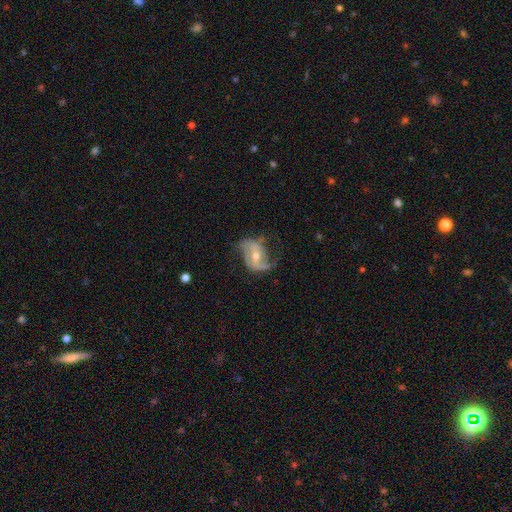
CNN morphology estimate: This is clearly a featured or disk galaxy (81%). It is clearly not viewed edge-on (96%). Bar: marginally weak (41%). Spiral arm pattern: clearly yes (90%). Spiral arm count: clearly 2 (82%). Spiral winding: possibly loose (53%). Central bulge: possibly moderate (56%). Merging: possibly none (57%).